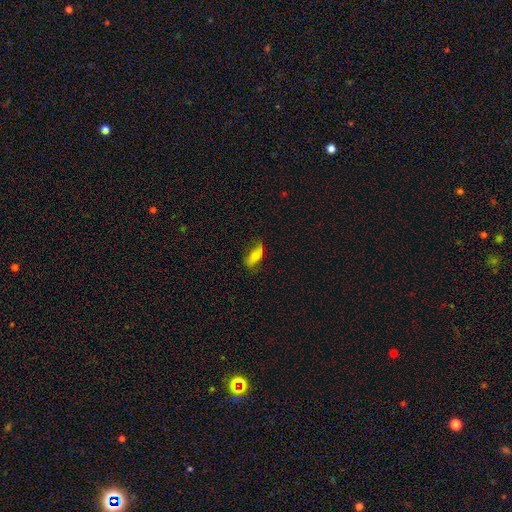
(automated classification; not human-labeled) smooth-or-featured: smooth: 54% | featured or disk: 38% | star or artifact: 7%
  how-rounded: in between: 74% | cigar-shaped: 22% | round: 4%
  merging: none: 68% | minor disturbance: 24% | major disturbance: 7% | merger: 1%